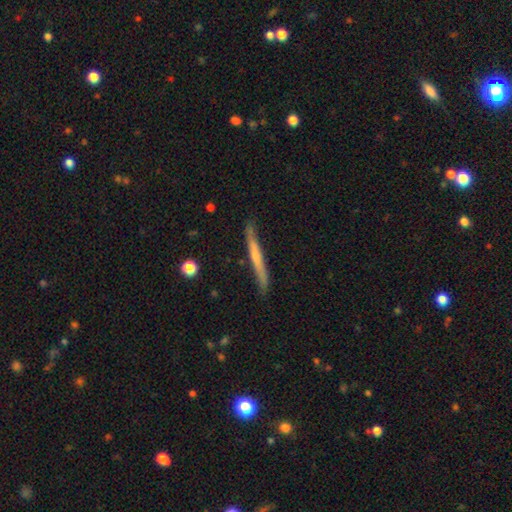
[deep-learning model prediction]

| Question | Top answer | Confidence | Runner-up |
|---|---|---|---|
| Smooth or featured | featured or disk | 54% | smooth (40%) |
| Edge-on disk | yes | 94% | no (6%) |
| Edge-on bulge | none | 56% | rounded (36%) |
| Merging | none | 81% | minor disturbance (15%) |